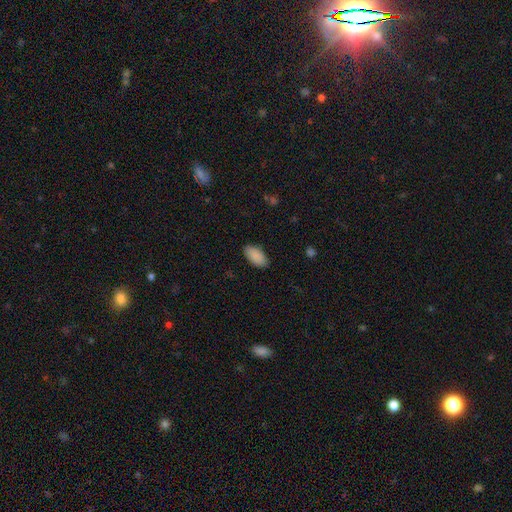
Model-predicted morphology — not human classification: smooth_or_featured: smooth (p=0.90) [alt: star or artifact p=0.06]
how_rounded: in between (p=0.95) [alt: cigar-shaped p=0.03]
merging: none (p=0.87) [alt: minor disturbance p=0.10]